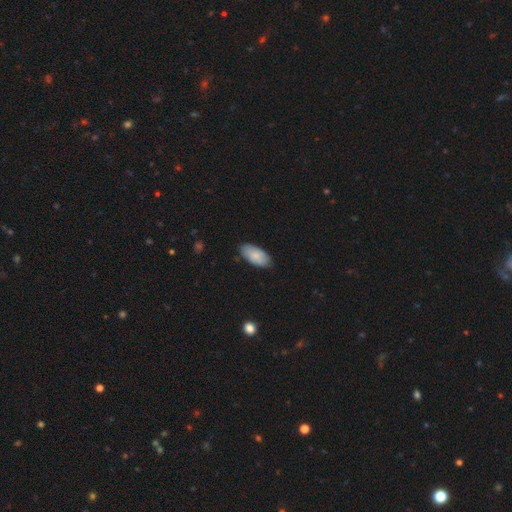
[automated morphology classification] A smooth galaxy with no disk features (81%) that is in between round and cigar-shaped (94%).

Vote fractions:
- Smooth or featured? smooth: 81% / featured or disk: 13% / star or artifact: 6%
- How rounded? in between: 94% / cigar-shaped: 4% / round: 2%
- Merging? none: 82% / minor disturbance: 15% / major disturbance: 2% / merger: 1%